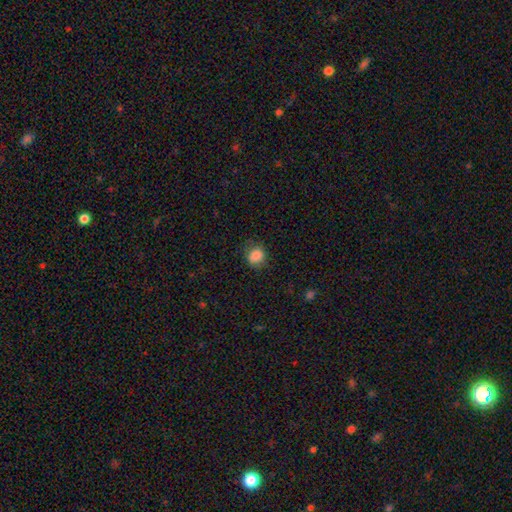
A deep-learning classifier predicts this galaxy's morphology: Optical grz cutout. It shows a smooth galaxy with no disk features (86%) that is round (73%). Merging: none (79%).